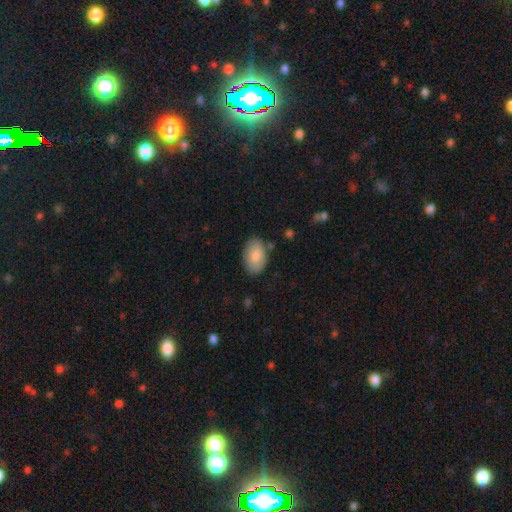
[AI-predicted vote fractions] Overall: smooth (85%). How rounded: in between (92%). Merging: none (80%).